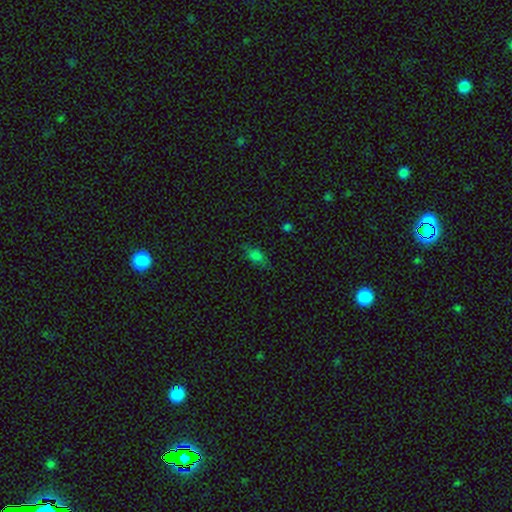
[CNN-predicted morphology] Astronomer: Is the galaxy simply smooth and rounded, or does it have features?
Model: smooth — 74%.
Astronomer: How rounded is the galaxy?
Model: in between — 82%.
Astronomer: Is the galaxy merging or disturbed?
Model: none — 70%.